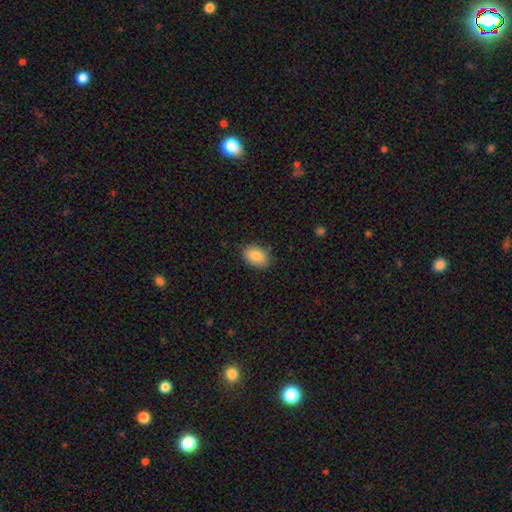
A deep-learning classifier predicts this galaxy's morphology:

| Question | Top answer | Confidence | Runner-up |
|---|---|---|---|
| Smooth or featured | smooth | 86% | featured or disk (7%) |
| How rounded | in between | 87% | round (12%) |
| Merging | none | 83% | minor disturbance (13%) |